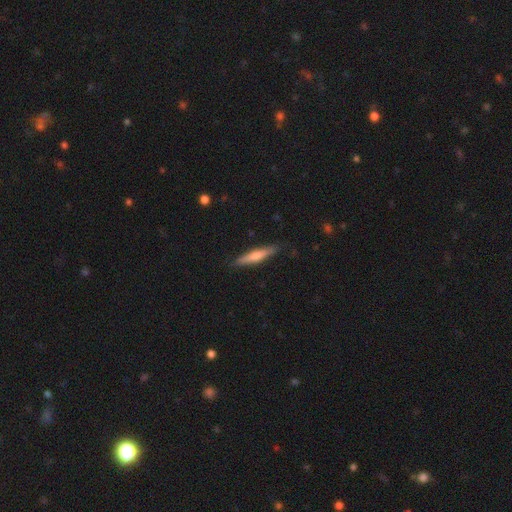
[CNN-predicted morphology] This is possibly a smooth galaxy (49%). Merging: clearly none (88%).